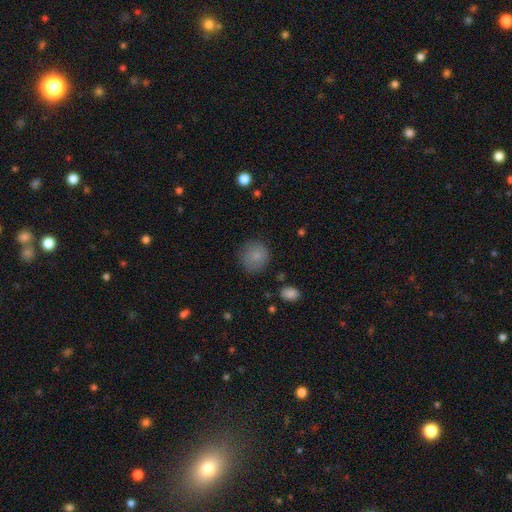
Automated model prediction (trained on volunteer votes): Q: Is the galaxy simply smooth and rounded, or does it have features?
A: smooth — 82%.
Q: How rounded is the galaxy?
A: round — 89%.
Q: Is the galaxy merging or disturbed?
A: none — 81%.